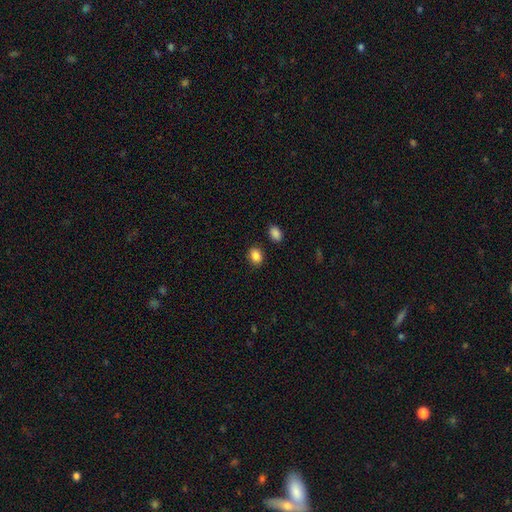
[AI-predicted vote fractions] Smooth or featured?
  - smooth: 86% *
  - star or artifact: 10%
  - featured or disk: 4%
How rounded?
  - in between: 55% *
  - round: 44%
  - cigar-shaped: 1%
Merging?
  - none: 85% *
  - minor disturbance: 9%
  - merger: 4%
  - major disturbance: 3%